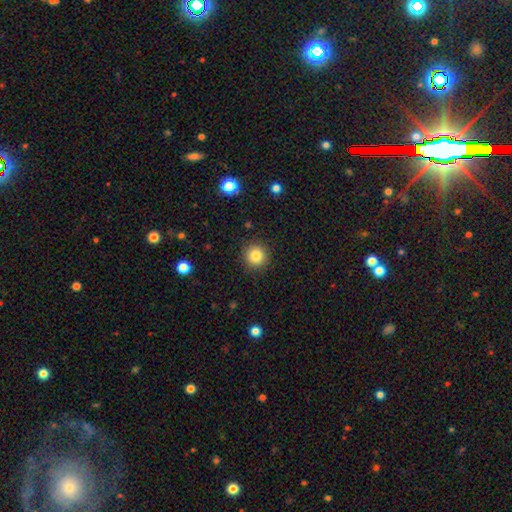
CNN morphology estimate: Smooth or featured: smooth — 84% (star or artifact — 11%)
How rounded: round — 94% (in between — 5%)
Merging: none — 91% (minor disturbance — 6%)